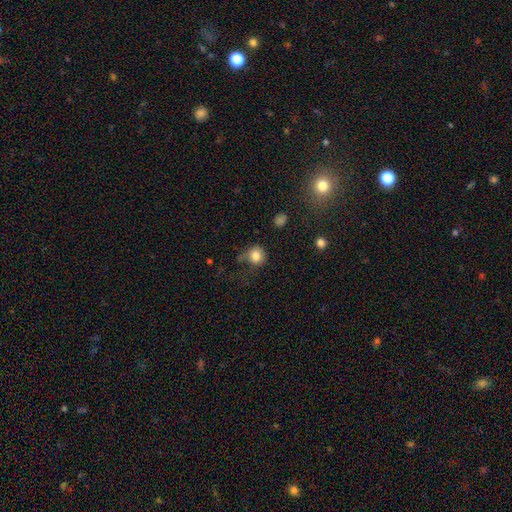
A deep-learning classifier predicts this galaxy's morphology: Smooth or featured? smooth (81%)
How rounded? round (83%)
Merging? none (52%)